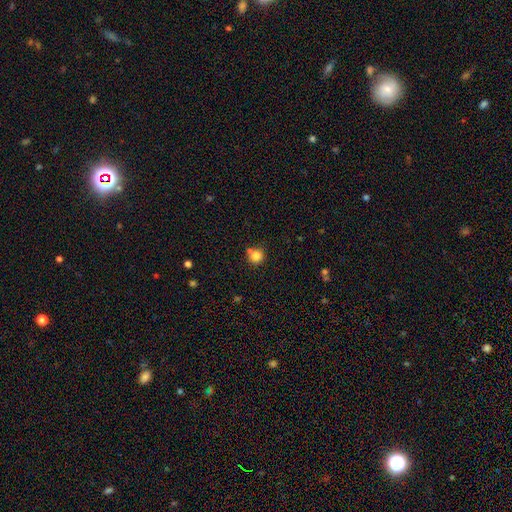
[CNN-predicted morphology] Smooth or featured?
  - smooth: 83% *
  - star or artifact: 11%
  - featured or disk: 6%
How rounded?
  - round: 91% *
  - in between: 8%
  - cigar-shaped: 1%
Merging?
  - none: 66% *
  - merger: 18%
  - minor disturbance: 12%
  - major disturbance: 4%